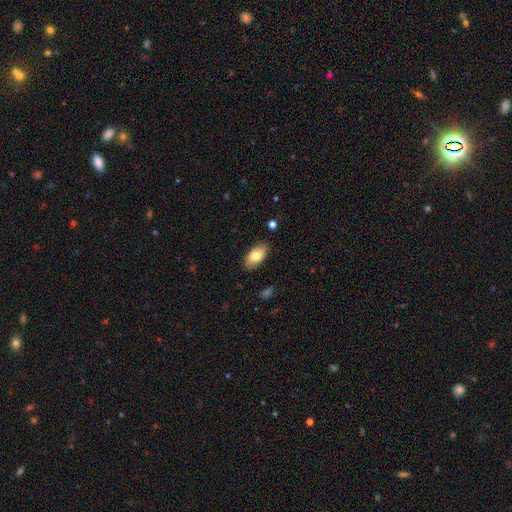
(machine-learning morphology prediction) smooth_or_featured: smooth (p=0.78) [alt: featured or disk p=0.16]
how_rounded: in between (p=0.93) [alt: cigar-shaped p=0.04]
merging: none (p=0.86) [alt: minor disturbance p=0.11]